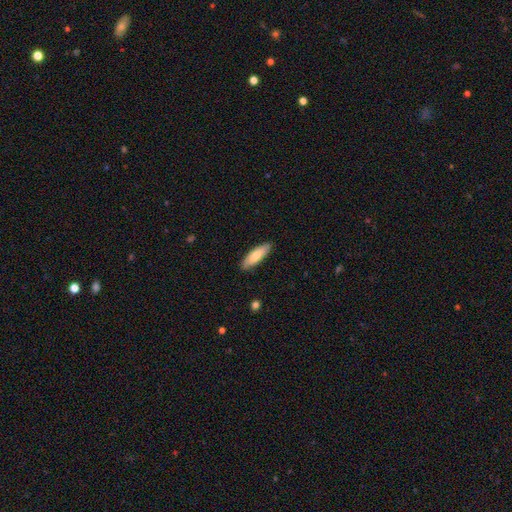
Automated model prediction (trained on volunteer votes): smooth_or_featured: smooth (p=0.74) [alt: featured or disk p=0.20]
how_rounded: cigar-shaped (p=0.50) [alt: in between p=0.48]
merging: none (p=0.88) [alt: minor disturbance p=0.09]